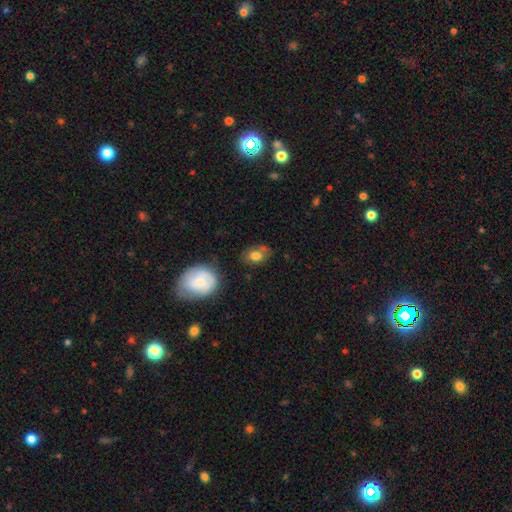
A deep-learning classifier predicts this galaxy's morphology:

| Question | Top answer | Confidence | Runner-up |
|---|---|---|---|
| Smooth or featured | smooth | 73% | featured or disk (18%) |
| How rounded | in between | 71% | round (27%) |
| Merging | none | 59% | minor disturbance (24%) |